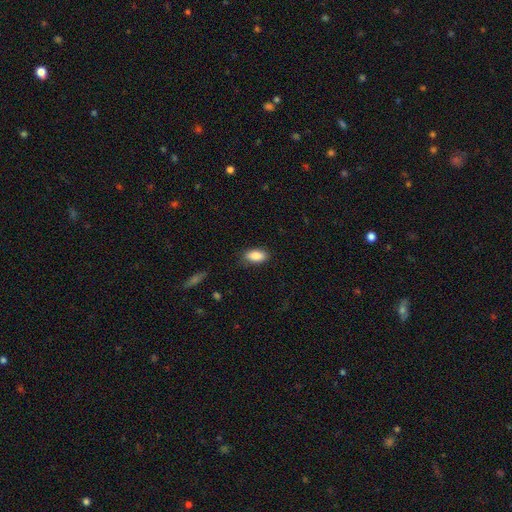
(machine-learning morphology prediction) The model was most divided on "merging": none: 81%, minor disturbance: 15%, major disturbance: 3%, merger: 1%. More confident: how rounded — in between (91%); smooth or featured — smooth (87%).